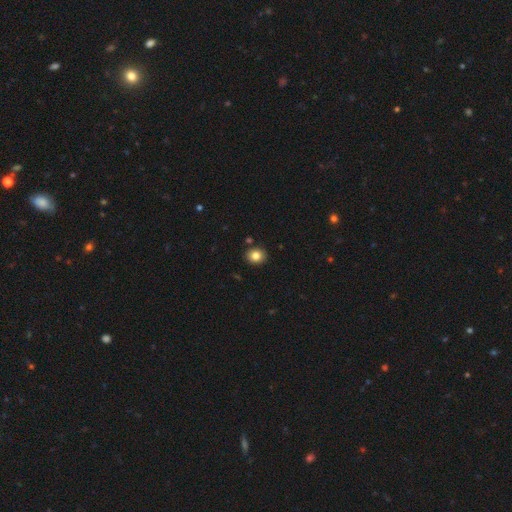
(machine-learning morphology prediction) Overall: smooth (83%). How rounded: round (72%). Merging: none (88%).